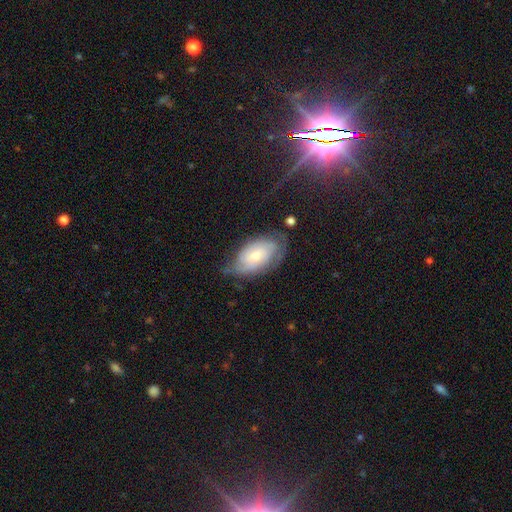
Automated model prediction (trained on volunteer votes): A featured or disk galaxy (55%) with no bar (77%), spiral arms (76%) and a small central bulge (52%). Merging: none (56%).